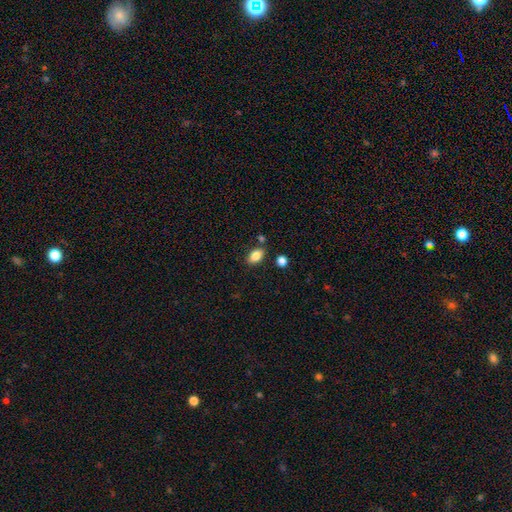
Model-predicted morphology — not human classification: smooth_or_featured: smooth (p=0.85) [alt: star or artifact p=0.09]
how_rounded: in between (p=0.87) [alt: round p=0.11]
merging: none (p=0.80) [alt: minor disturbance p=0.11]